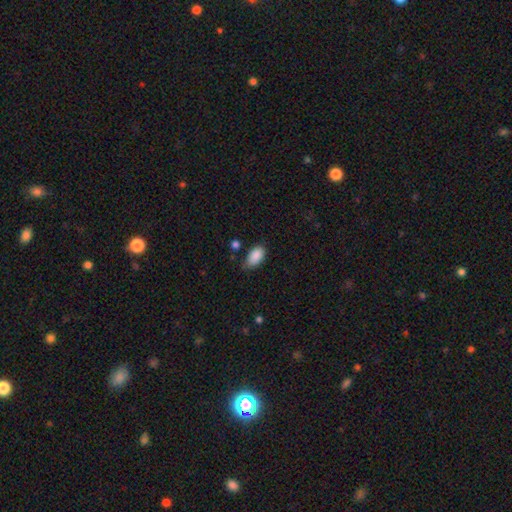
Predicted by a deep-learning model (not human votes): Smooth or featured? smooth (89%)
How rounded? in between (92%)
Merging? none (67%)